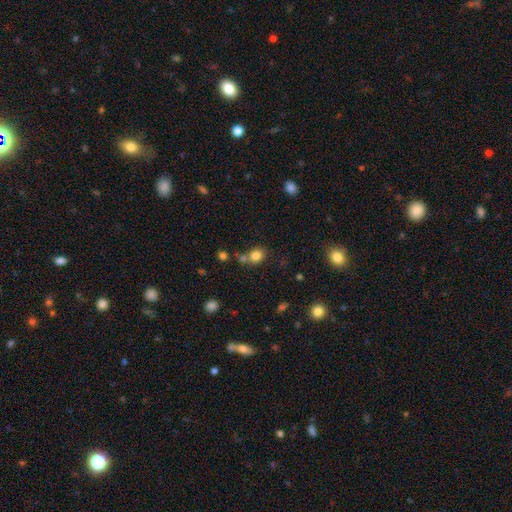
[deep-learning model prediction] smooth_or_featured: smooth (p=0.81) [alt: star or artifact p=0.13]
how_rounded: round (p=0.74) [alt: in between p=0.25]
merging: none (p=0.58) [alt: merger p=0.25]